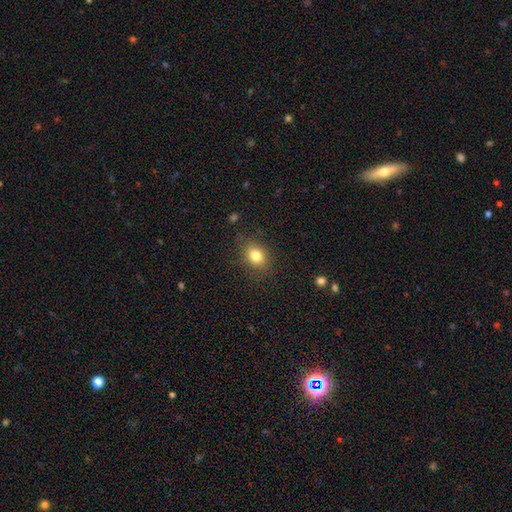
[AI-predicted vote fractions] smooth-or-featured: smooth: 80% | star or artifact: 11% | featured or disk: 8%
  how-rounded: in between: 52% | round: 47% | cigar-shaped: 1%
  merging: none: 81% | minor disturbance: 13% | major disturbance: 4% | merger: 1%